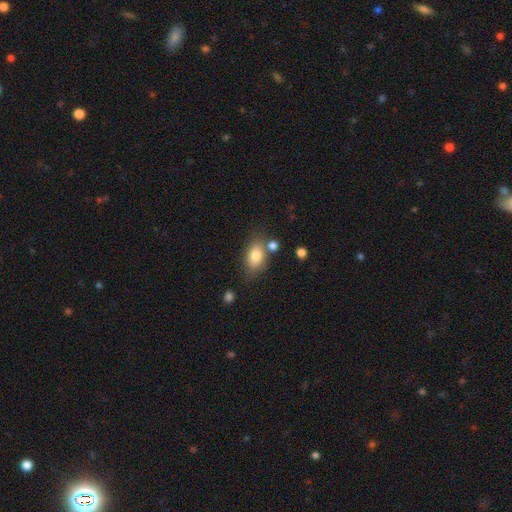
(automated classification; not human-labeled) smooth_or_featured: smooth (p=0.82) [alt: featured or disk p=0.10]
how_rounded: in between (p=0.86) [alt: round p=0.12]
merging: none (p=0.66) [alt: minor disturbance p=0.16]